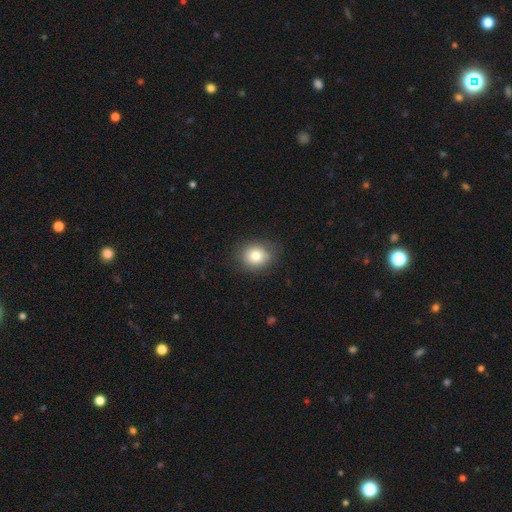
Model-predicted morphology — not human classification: smooth_or_featured: smooth (p=0.80) [alt: featured or disk p=0.10]
how_rounded: round (p=0.59) [alt: in between p=0.40]
merging: none (p=0.82) [alt: minor disturbance p=0.13]